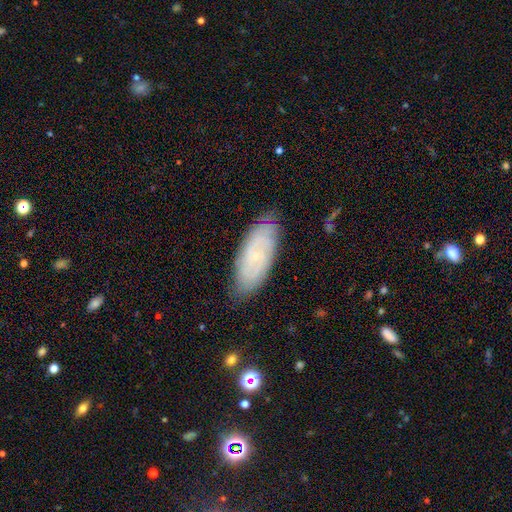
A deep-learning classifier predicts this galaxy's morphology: This is likely a featured or disk galaxy (63%). It is clearly not viewed edge-on (90%). Bar: likely no (68%). Spiral arm pattern: clearly yes (88%). Central bulge: clearly small (81%). Merging: likely none (78%).